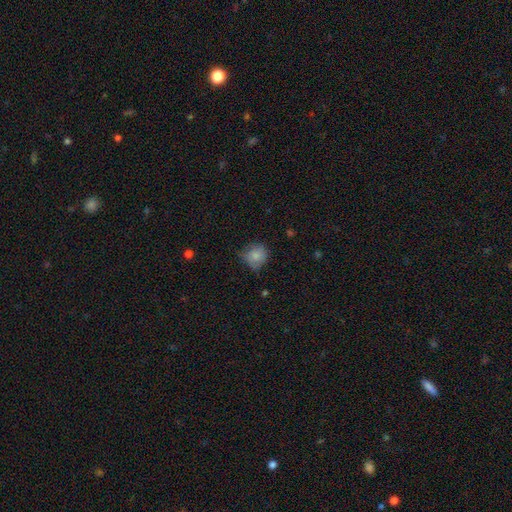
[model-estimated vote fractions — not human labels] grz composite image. It shows a smooth galaxy with no disk features (81%) that is round (83%). Merging: none (61%).